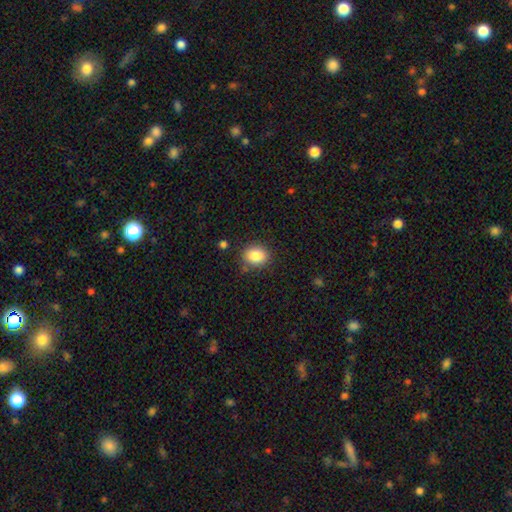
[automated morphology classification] Q: Smooth or featured?
A: smooth (86%); runner-up: star or artifact (9%)
Q: How rounded?
A: round (58%); runner-up: in between (42%)
Q: Merging?
A: none (83%); runner-up: minor disturbance (11%)